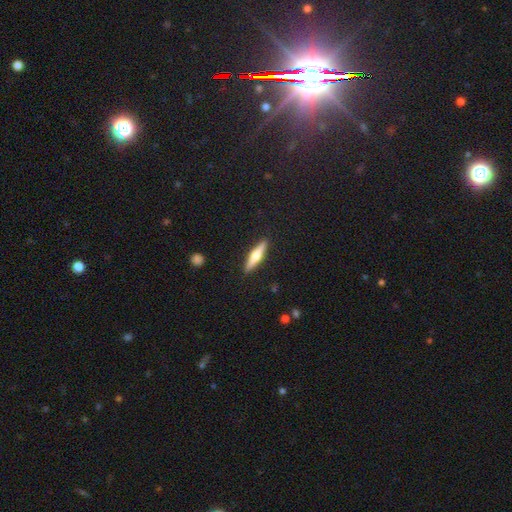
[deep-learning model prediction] Smooth or featured? featured or disk (57%)
Edge-on disk? yes (96%)
Edge-on bulge? rounded (91%)
Merging? none (90%)